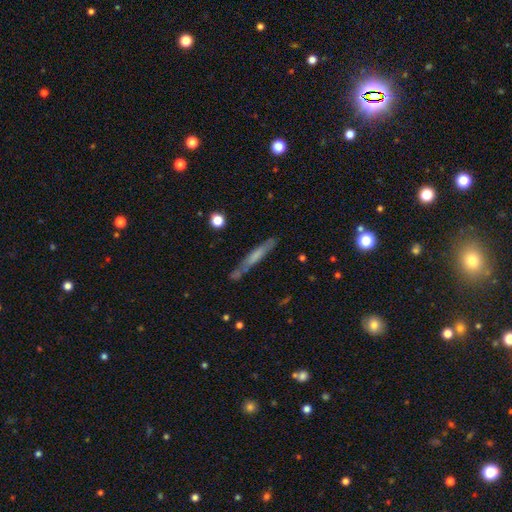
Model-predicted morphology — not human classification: Overall: smooth (53%; featured or disk 40%). How rounded: cigar-shaped (94%). Merging: none (71%).